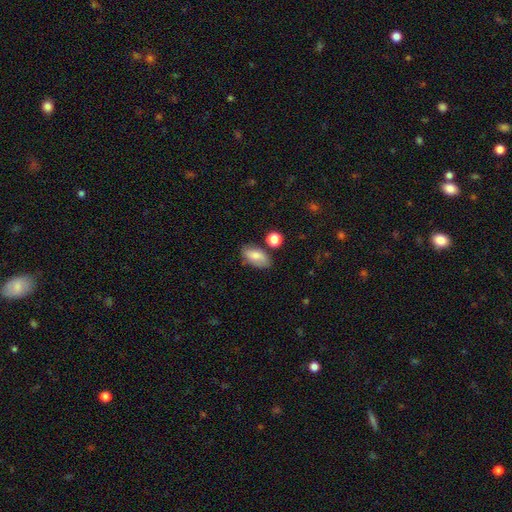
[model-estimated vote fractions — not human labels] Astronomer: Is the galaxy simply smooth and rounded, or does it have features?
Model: smooth — 77%.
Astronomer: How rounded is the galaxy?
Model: in between — 91%.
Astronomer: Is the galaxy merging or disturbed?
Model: none — 76%.